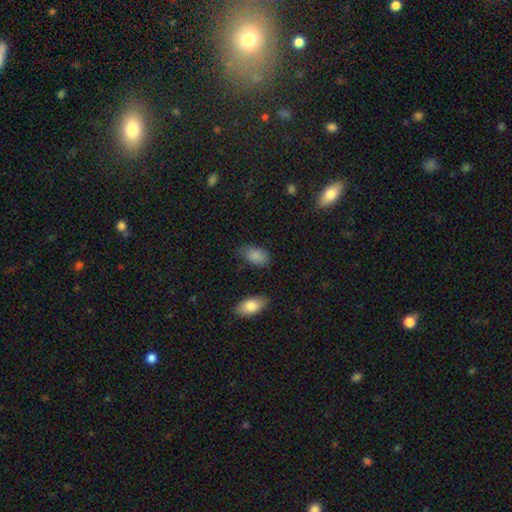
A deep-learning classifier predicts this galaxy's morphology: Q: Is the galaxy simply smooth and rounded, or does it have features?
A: smooth — 87%.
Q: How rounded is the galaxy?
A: in between — 93%.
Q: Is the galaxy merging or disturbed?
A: none — 68%.